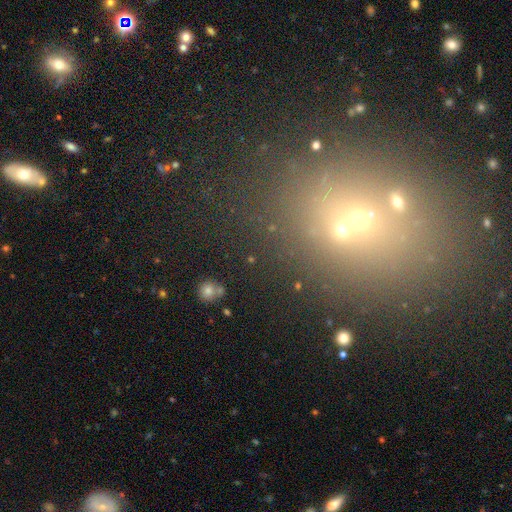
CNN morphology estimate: Overall: star or artifact (50%; smooth 34%).